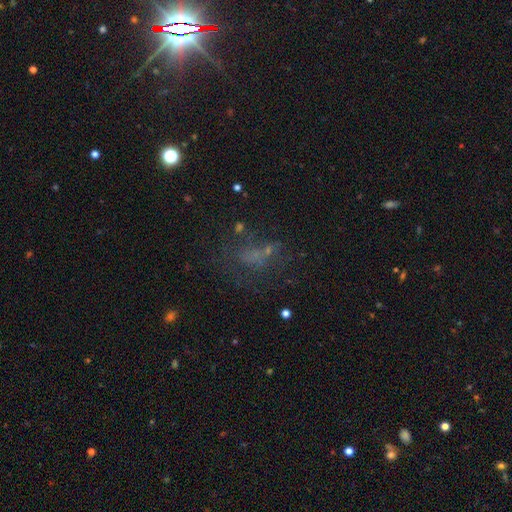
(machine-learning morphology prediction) Smooth or featured? Predicted: star or artifact (p=0.38).